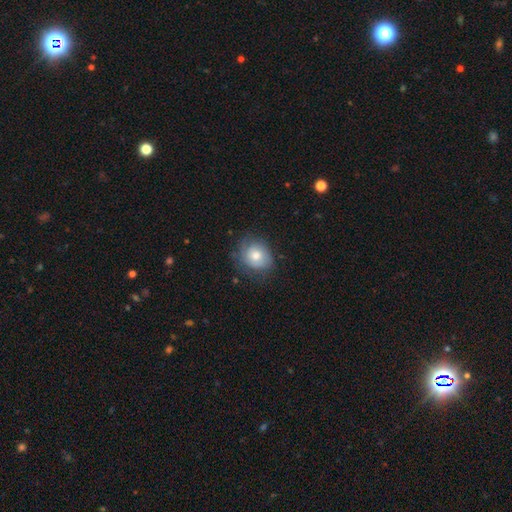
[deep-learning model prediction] smooth_or_featured: smooth (p=0.60) [alt: featured or disk p=0.32]
how_rounded: round (p=0.70) [alt: in between p=0.30]
merging: none (p=0.66) [alt: minor disturbance p=0.24]